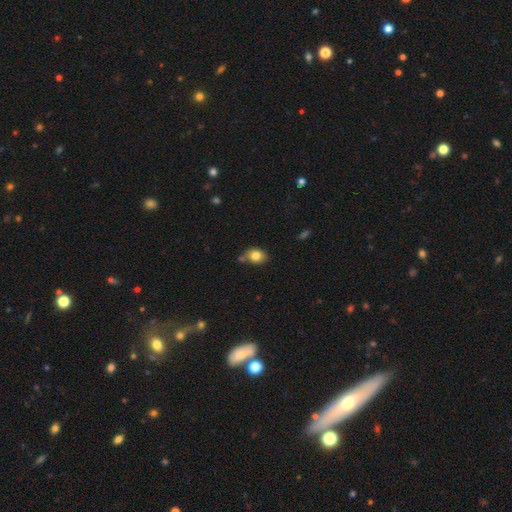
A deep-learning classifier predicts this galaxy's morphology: Q: Smooth or featured?
A: smooth (81%); runner-up: featured or disk (10%)
Q: How rounded?
A: in between (61%); runner-up: round (38%)
Q: Merging?
A: none (63%); runner-up: minor disturbance (19%)